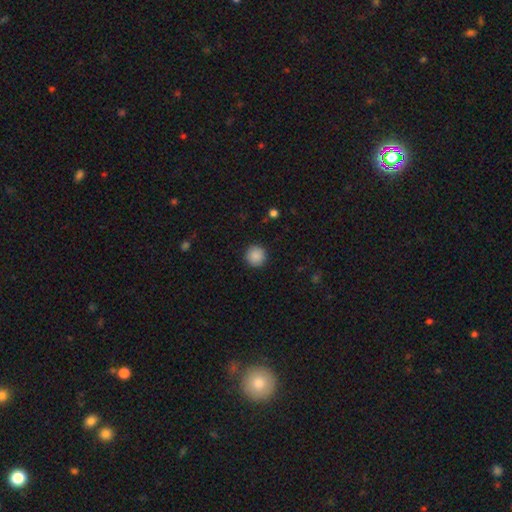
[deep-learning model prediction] This appears to be a smooth galaxy with no disk features (89%) that is round (95%). Merging: none (92%).